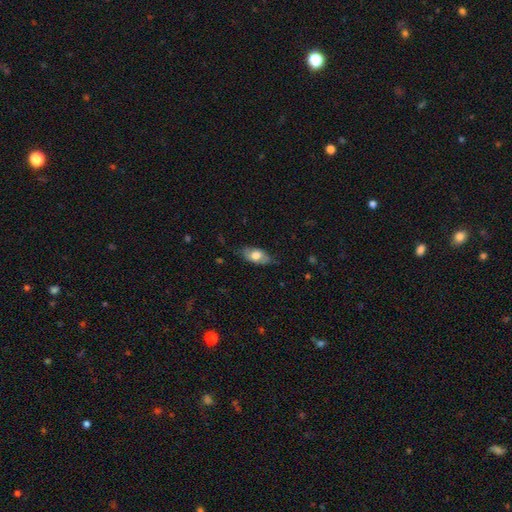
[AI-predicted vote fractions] Overall: smooth (68%). How rounded: in between (90%). Merging: none (73%).